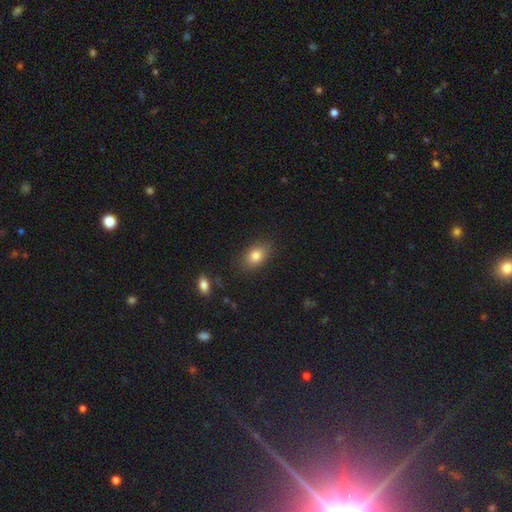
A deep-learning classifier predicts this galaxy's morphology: smooth_or_featured: smooth (p=0.82) [alt: star or artifact p=0.10]
how_rounded: in between (p=0.79) [alt: round p=0.19]
merging: none (p=0.83) [alt: minor disturbance p=0.12]